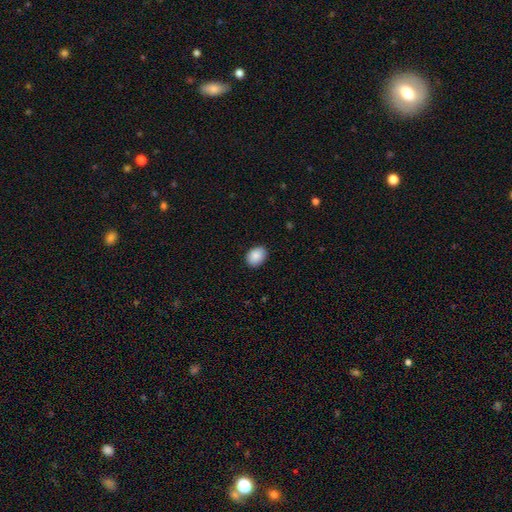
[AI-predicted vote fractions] Overall: smooth (89%). How rounded: in between (63%; round 36%). Merging: none (89%).